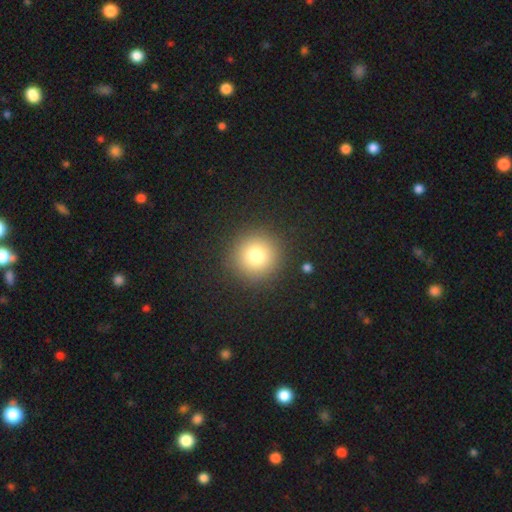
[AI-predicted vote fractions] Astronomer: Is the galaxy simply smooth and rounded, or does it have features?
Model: smooth — 78%.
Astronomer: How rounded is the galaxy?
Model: round — 95%.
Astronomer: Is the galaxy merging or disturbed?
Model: none — 91%.